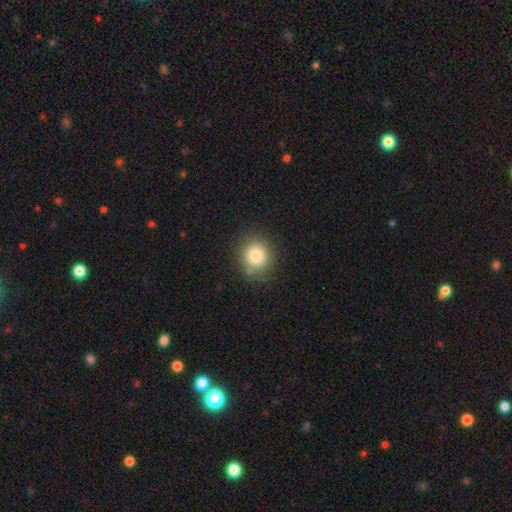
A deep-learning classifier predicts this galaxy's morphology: Overall: smooth (82%). How rounded: round (83%). Merging: none (82%).